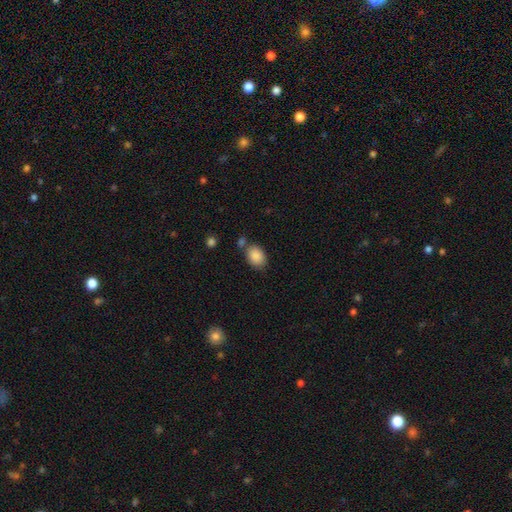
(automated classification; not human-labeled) This appears to be a smooth galaxy with no disk features (89%) that is in between round and cigar-shaped (74%). Merging: none (67%).